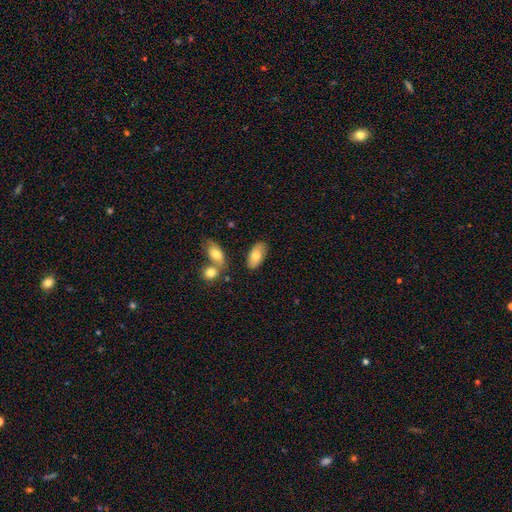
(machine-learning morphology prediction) The model was most divided on "smooth or featured": smooth: 76%, featured or disk: 17%, star or artifact: 7%. More confident: how rounded — in between (93%); merging — none (77%).